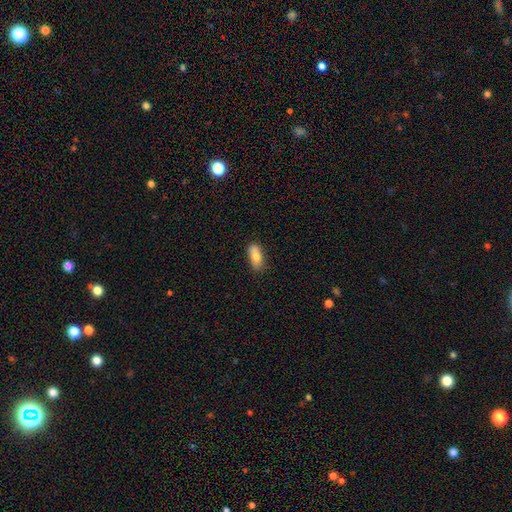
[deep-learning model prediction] This is likely a smooth galaxy (77%). How rounded: clearly in between (81%). Merging: likely none (65%).